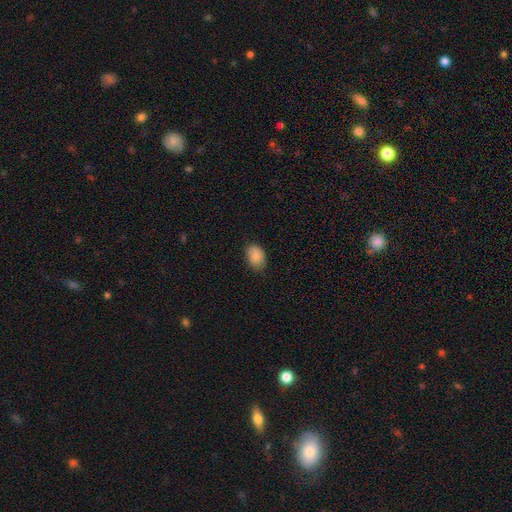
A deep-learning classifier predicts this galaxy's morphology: The model was most divided on "merging": none: 78%, minor disturbance: 18%, major disturbance: 3%, merger: 1%. More confident: smooth or featured — smooth (87%); how rounded — in between (86%).